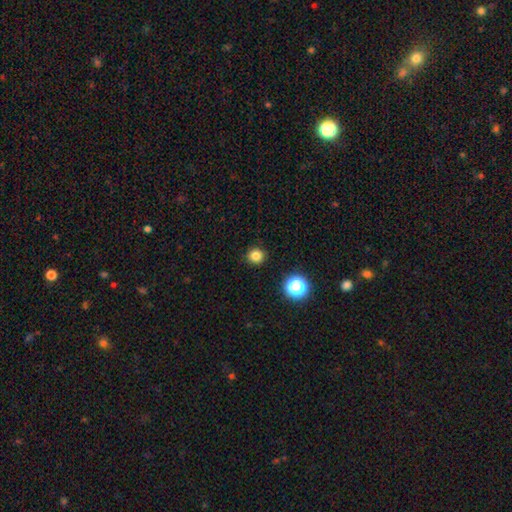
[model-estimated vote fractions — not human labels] Morphology: type=smooth (81%); roundness=round (91%); merging=none (91%).